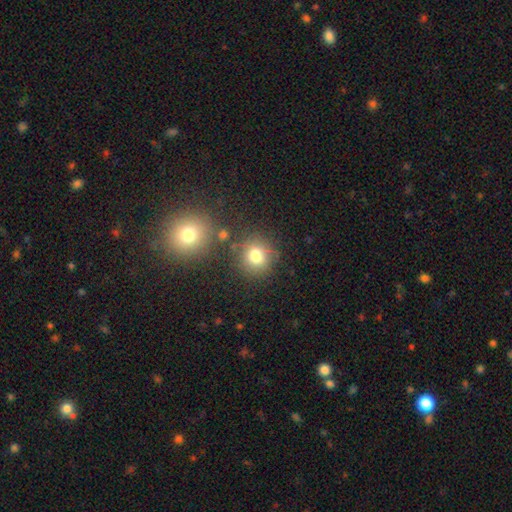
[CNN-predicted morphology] A smooth galaxy with no disk features (75%) that is round (89%). Merging: none (77%).